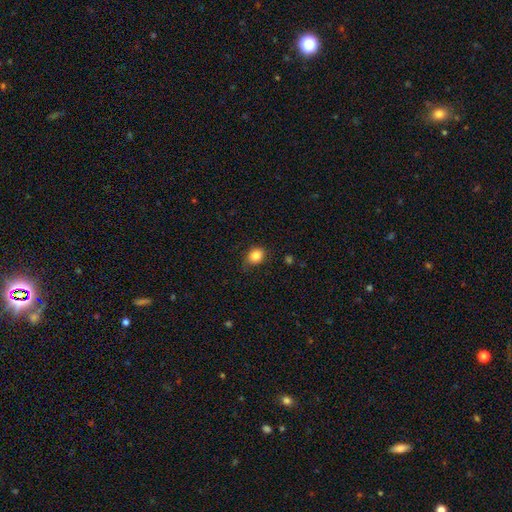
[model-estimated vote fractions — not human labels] Smooth or featured? smooth (84%)
How rounded? round (58%)
Merging? none (74%)